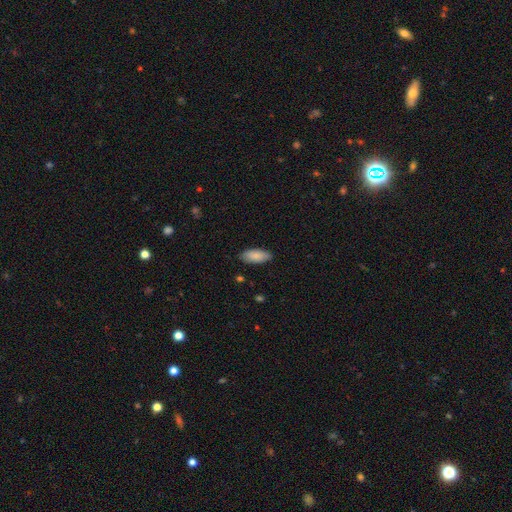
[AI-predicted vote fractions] The model was most divided on "how rounded": in between: 87%, cigar-shaped: 11%, round: 2%. More confident: smooth or featured — smooth (88%); merging — none (87%).